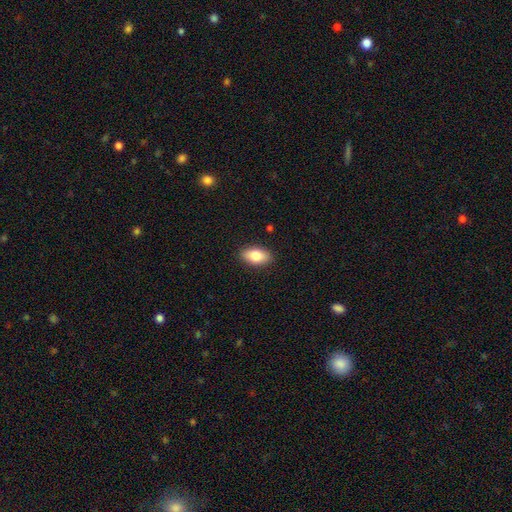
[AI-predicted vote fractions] Morphology: type=smooth (80%); roundness=in between (90%); merging=none (89%).